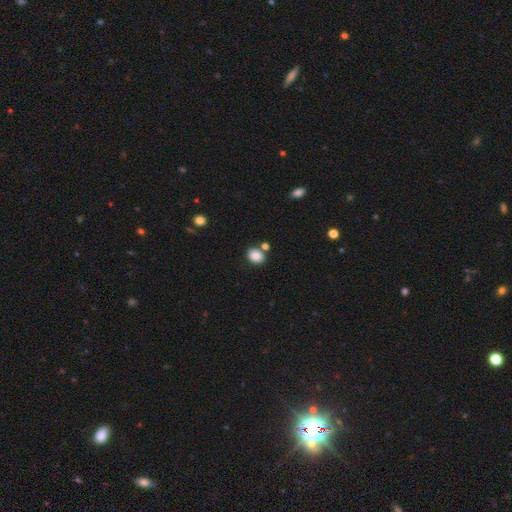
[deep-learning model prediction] smooth 86%, star or artifact 9%, featured or disk 5%. Down the decision tree: how rounded — in between (59%); merging — none (73%).